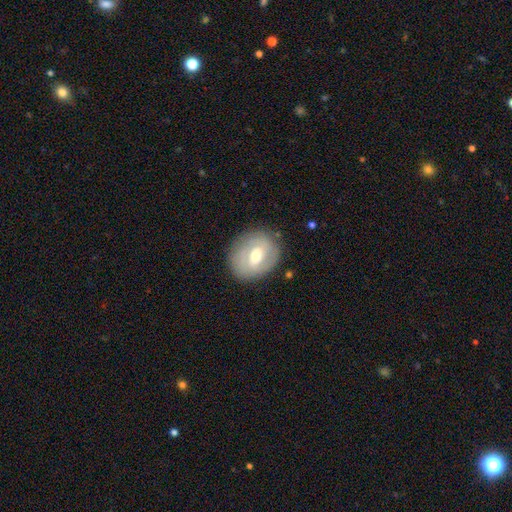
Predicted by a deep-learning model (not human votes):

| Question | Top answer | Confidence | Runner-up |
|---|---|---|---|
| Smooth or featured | featured or disk | 57% | smooth (36%) |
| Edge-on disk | no | 94% | yes (6%) |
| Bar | weak | 52% | no (24%) |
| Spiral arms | yes | 50% | tied: no (50%) |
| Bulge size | moderate | 67% | small (27%) |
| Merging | none | 82% | minor disturbance (13%) |